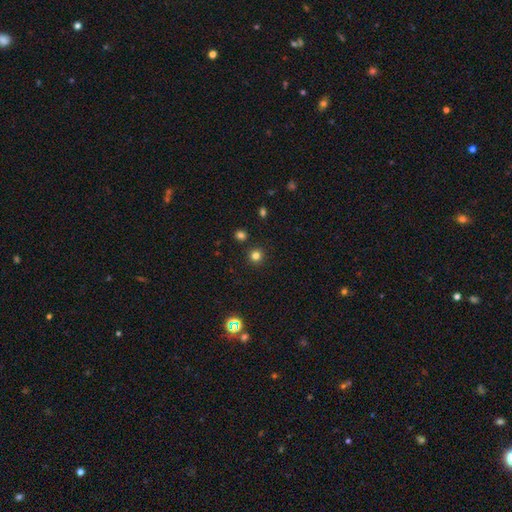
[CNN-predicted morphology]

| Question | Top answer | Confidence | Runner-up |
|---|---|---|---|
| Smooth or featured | smooth | 78% | star or artifact (17%) |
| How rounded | round | 95% | in between (4%) |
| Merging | none | 90% | minor disturbance (5%) |